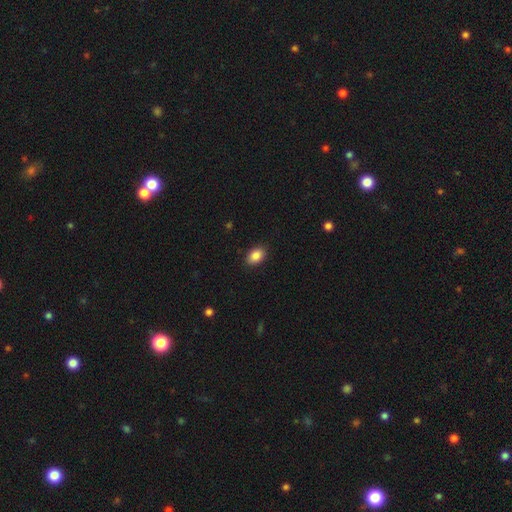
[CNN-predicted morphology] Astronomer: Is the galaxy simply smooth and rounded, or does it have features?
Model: smooth — 88%.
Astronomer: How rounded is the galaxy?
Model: in between — 83%.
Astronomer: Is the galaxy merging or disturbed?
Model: none — 89%.